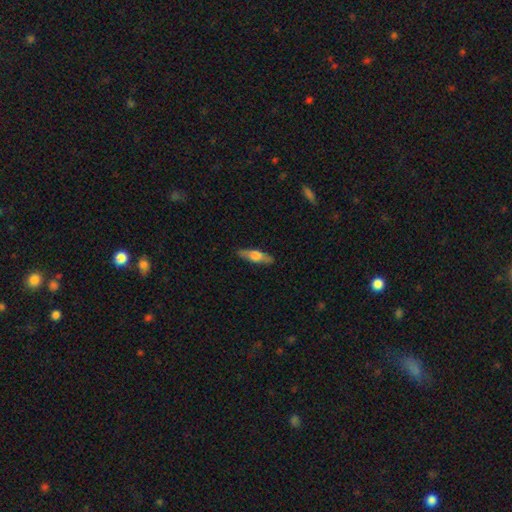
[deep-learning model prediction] This is possibly a smooth galaxy (47%, tied with featured or disk). Merging: clearly none (87%).